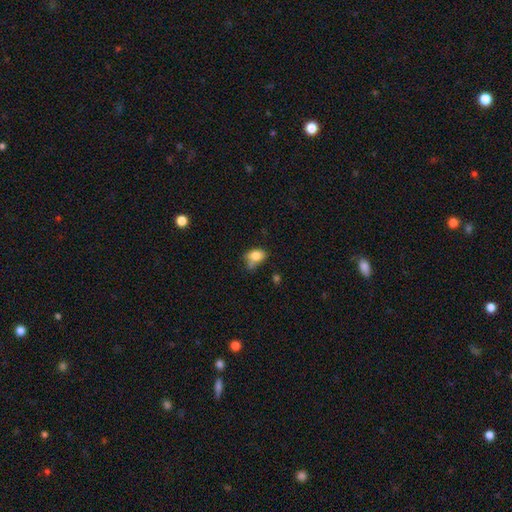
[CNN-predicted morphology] A smooth galaxy with no disk features (79%) that is in between round and cigar-shaped (72%). Merging: none (41%).